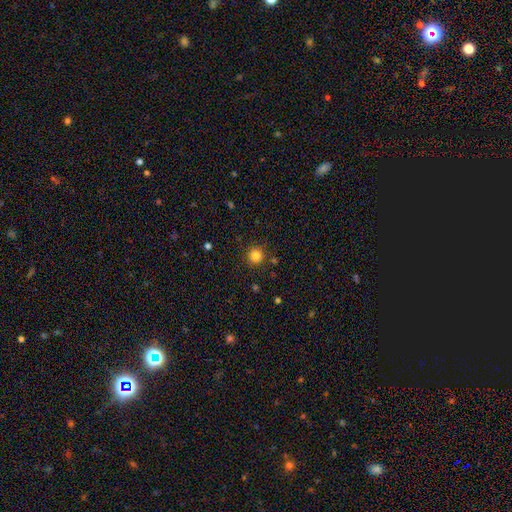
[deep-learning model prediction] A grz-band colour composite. It shows a smooth galaxy with no disk features (82%) that is round (94%). Merging: none (89%).